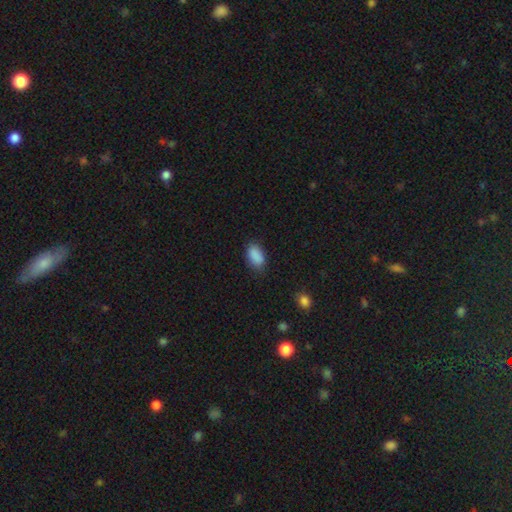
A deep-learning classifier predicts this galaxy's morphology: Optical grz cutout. It shows a smooth galaxy with no disk features (89%) that is in between round and cigar-shaped (91%). Merging: none (79%).